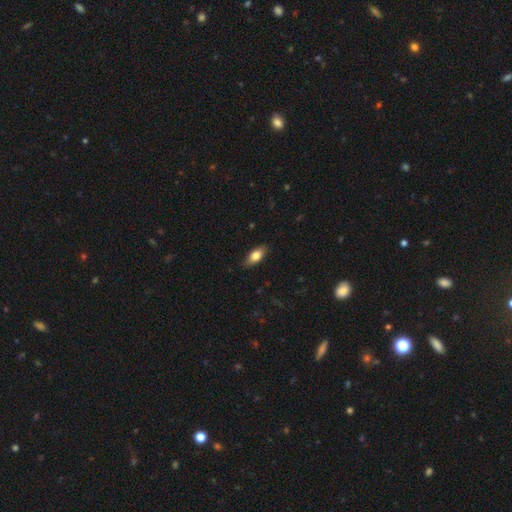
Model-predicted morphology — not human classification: This is likely a smooth galaxy (76%). How rounded: clearly in between (83%). Merging: clearly none (85%).